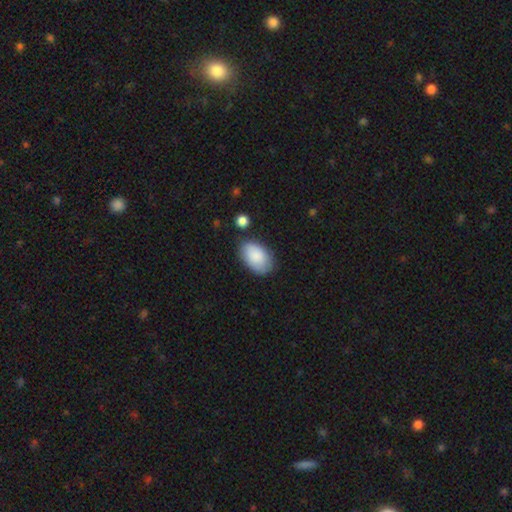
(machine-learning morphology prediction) This is clearly a smooth galaxy (86%). How rounded: clearly in between (92%). Merging: likely none (74%).